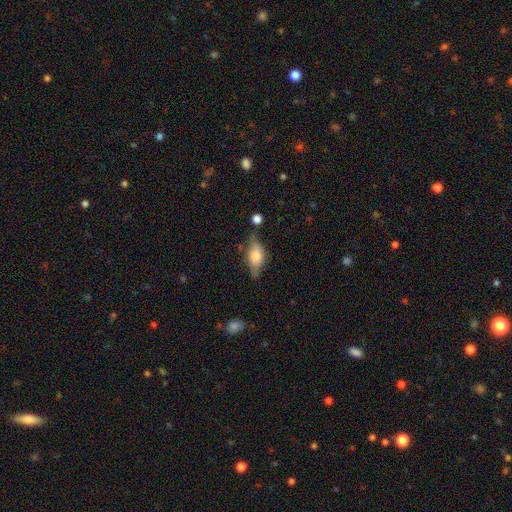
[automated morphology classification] Smooth or featured: smooth — 55% (featured or disk — 37%)
How rounded: in between — 78% (cigar-shaped — 16%)
Merging: none — 61% (minor disturbance — 25%)